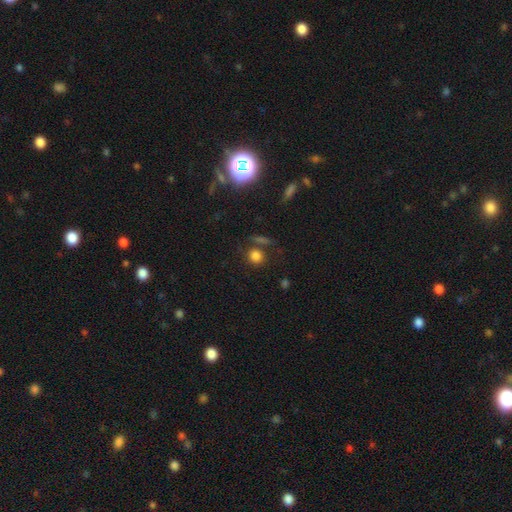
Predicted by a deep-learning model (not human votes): Q: Smooth or featured?
A: smooth (80%); runner-up: star or artifact (14%)
Q: How rounded?
A: round (84%); runner-up: in between (15%)
Q: Merging?
A: none (71%); runner-up: merger (12%)